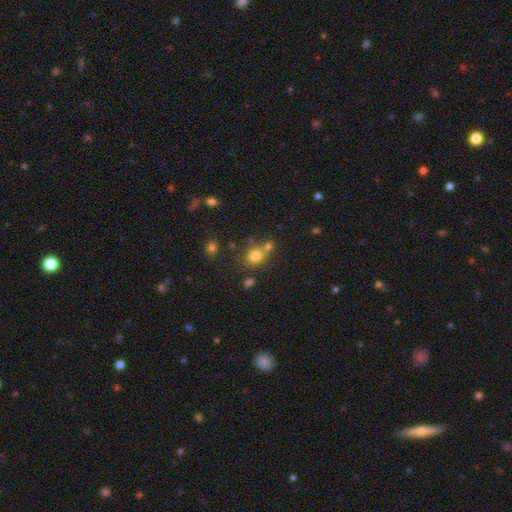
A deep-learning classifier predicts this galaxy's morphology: The model was most divided on "merging": none: 55%, merger: 28%, minor disturbance: 12%, major disturbance: 5%. More confident: smooth or featured — smooth (76%); how rounded — round (70%).